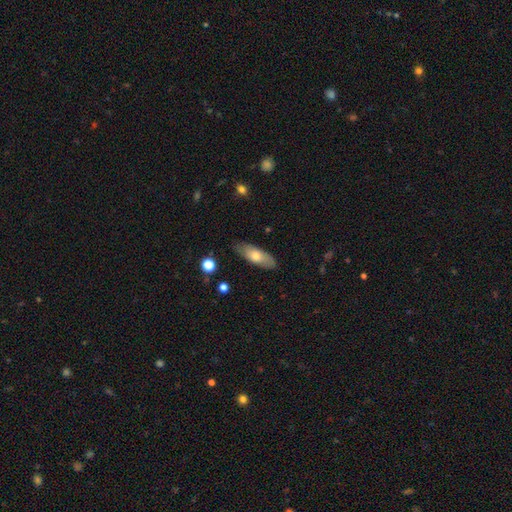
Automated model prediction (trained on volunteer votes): Smooth or featured? smooth (66%)
How rounded? in between (69%)
Merging? none (82%)